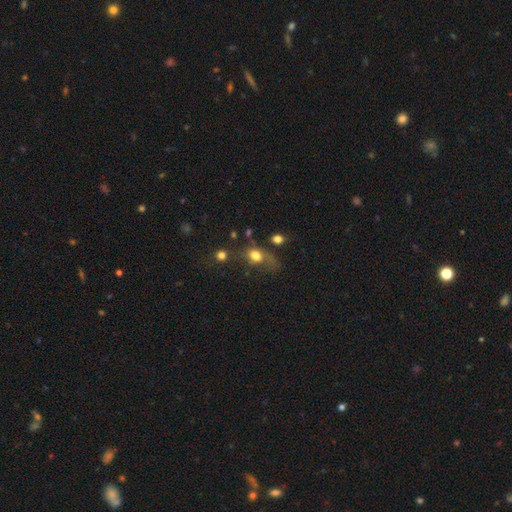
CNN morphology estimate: Smooth or featured? Predicted: smooth (p=0.74). How rounded? Predicted: round (p=0.49). Merging? Predicted: none (p=0.34).